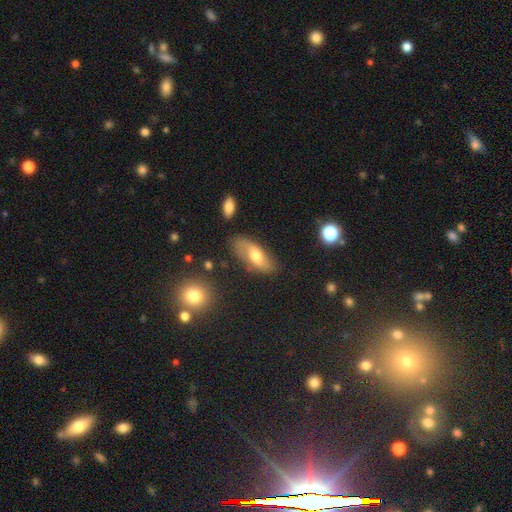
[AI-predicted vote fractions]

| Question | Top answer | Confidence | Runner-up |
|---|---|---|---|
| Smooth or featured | smooth | 54% | featured or disk (38%) |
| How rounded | in between | 81% | cigar-shaped (15%) |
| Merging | none | 71% | minor disturbance (19%) |